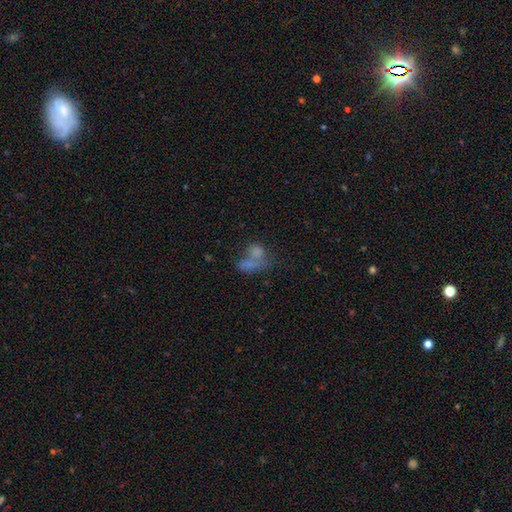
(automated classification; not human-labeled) Smooth or featured: smooth — 66% (featured or disk — 18%)
How rounded: in between — 64% (round — 32%)
Merging: merger — 49% (none — 26%)